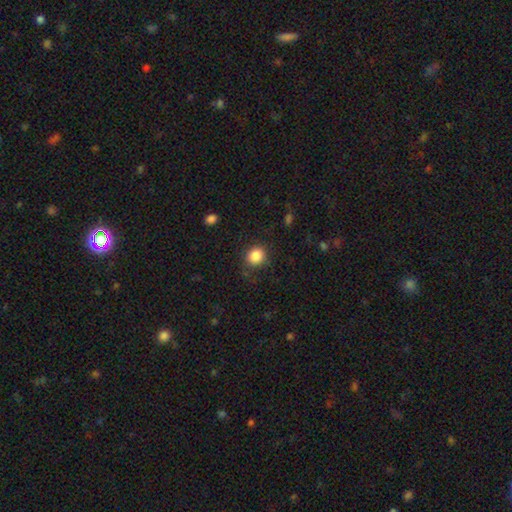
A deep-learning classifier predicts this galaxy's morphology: The model was most divided on "how rounded": round: 82%, in between: 17%, cigar-shaped: 1%. More confident: smooth or featured — smooth (86%); merging — none (84%).